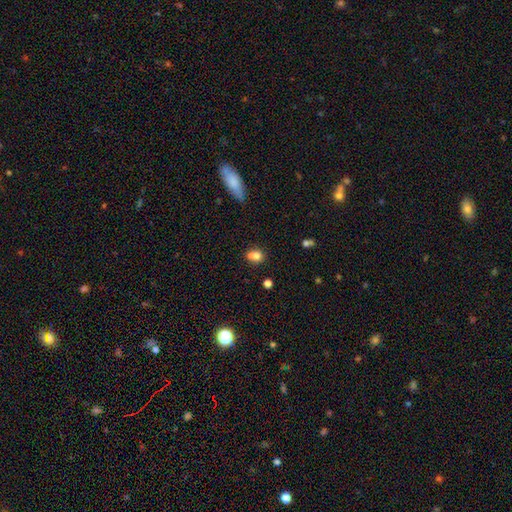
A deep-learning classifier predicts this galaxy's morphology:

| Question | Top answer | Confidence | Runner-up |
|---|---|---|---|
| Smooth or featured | smooth | 75% | featured or disk (13%) |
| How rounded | round | 70% | in between (29%) |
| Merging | merger | 41% | none (40%) |